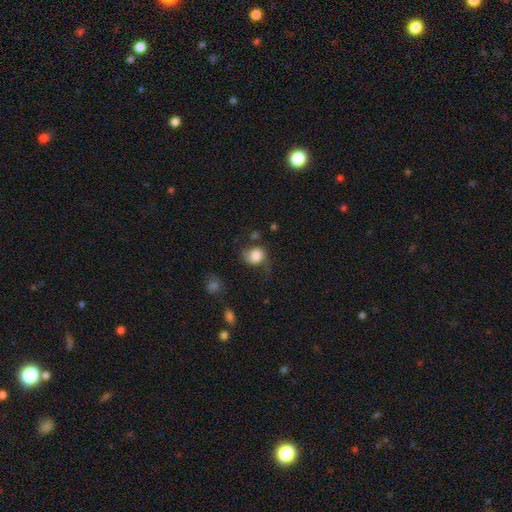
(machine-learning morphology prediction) smooth_or_featured: smooth (p=0.77) [alt: featured or disk p=0.14]
how_rounded: round (p=0.69) [alt: in between p=0.30]
merging: none (p=0.48) [alt: minor disturbance p=0.29]